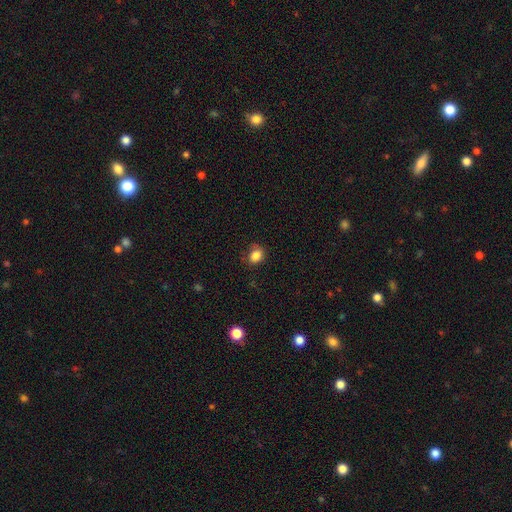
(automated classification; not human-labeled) Smooth or featured? Predicted: smooth (p=0.84). How rounded? Predicted: in between (p=0.52). Merging? Predicted: none (p=0.72).